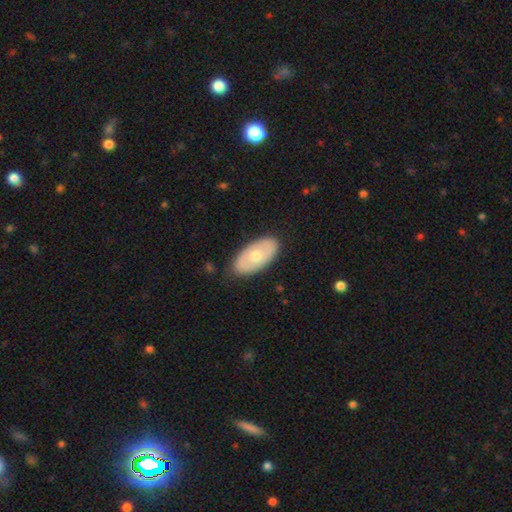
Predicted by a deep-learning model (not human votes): Smooth or featured? smooth (55%)
How rounded? in between (93%)
Merging? none (84%)